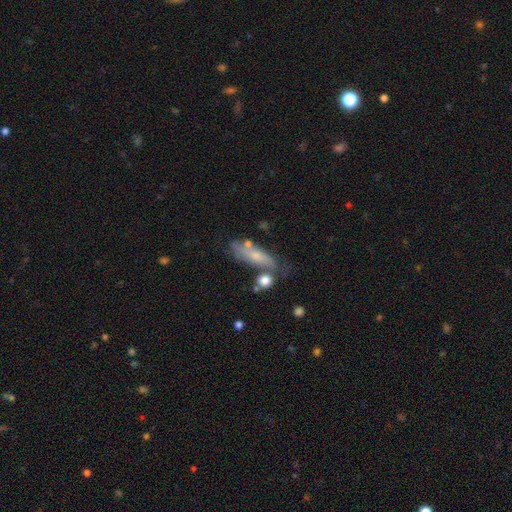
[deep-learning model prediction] Morphology: type=smooth (58%); roundness=in between (52%); merging=none (46%).